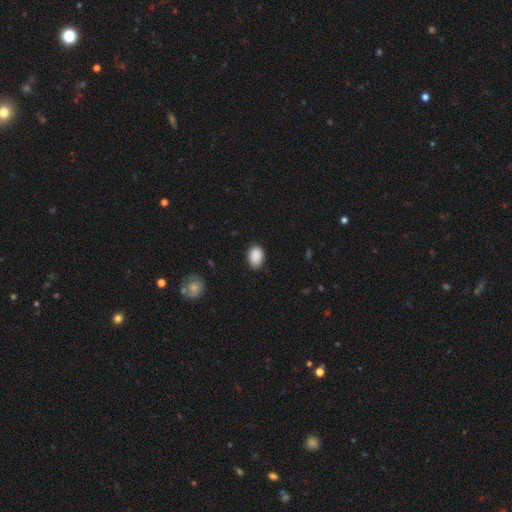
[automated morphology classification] Smooth or featured: smooth — 90% (star or artifact — 7%)
How rounded: in between — 82% (round — 17%)
Merging: none — 85% (minor disturbance — 12%)